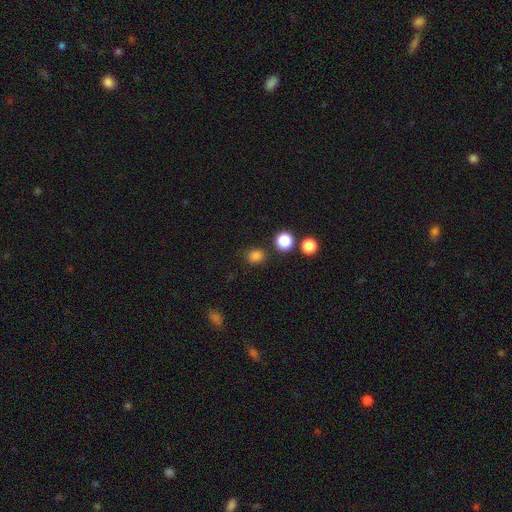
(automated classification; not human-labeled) A smooth galaxy with no disk features (82%) that is round (85%).

Vote fractions:
- Smooth or featured? smooth: 82% / star or artifact: 14% / featured or disk: 3%
- How rounded? round: 85% / in between: 15% / cigar-shaped: 1%
- Merging? none: 84% / minor disturbance: 9% / merger: 4% / major disturbance: 3%